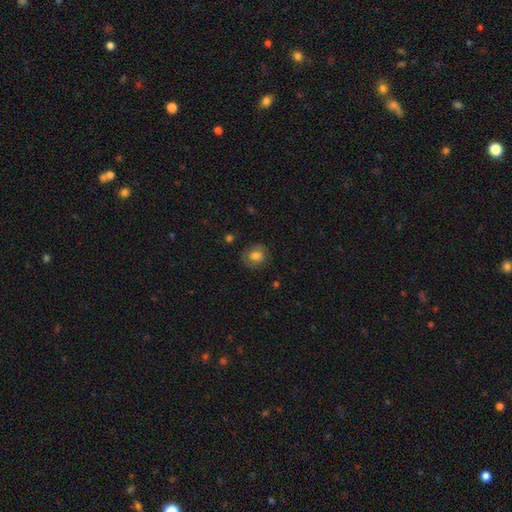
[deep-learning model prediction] smooth-or-featured: smooth: 72% | featured or disk: 18% | star or artifact: 9%
  how-rounded: round: 70% | in between: 29% | cigar-shaped: 1%
  merging: none: 81% | minor disturbance: 14% | major disturbance: 4% | merger: 1%